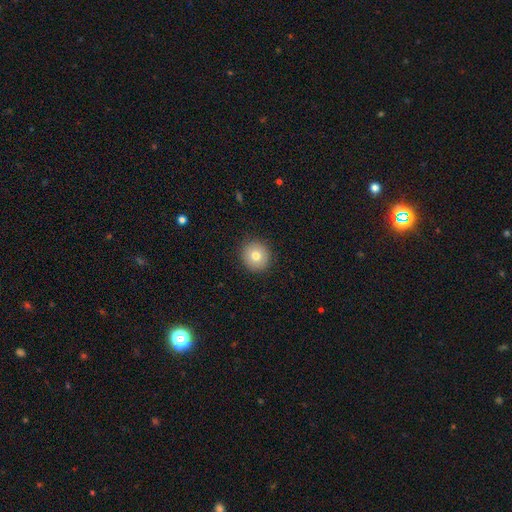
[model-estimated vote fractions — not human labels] This appears to be a smooth galaxy with no disk features (77%) that is round (93%). Merging: none (91%).